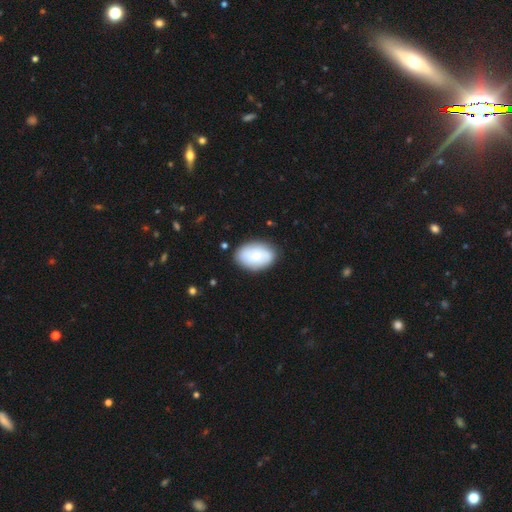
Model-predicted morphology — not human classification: The model was most divided on "smooth or featured": smooth: 71%, featured or disk: 23%, star or artifact: 6%. More confident: how rounded — in between (88%); merging — none (81%).